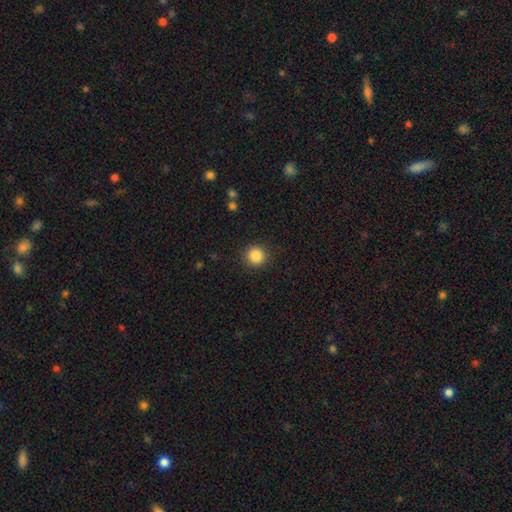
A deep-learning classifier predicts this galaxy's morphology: This appears to be a smooth galaxy with no disk features (86%) that is round (95%). Merging: none (91%).